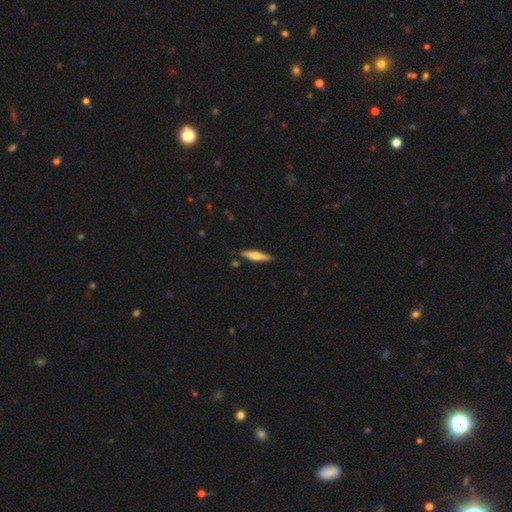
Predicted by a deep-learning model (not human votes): smooth 48%, featured or disk 47%, star or artifact 6%. Down the decision tree: merging — none (85%).